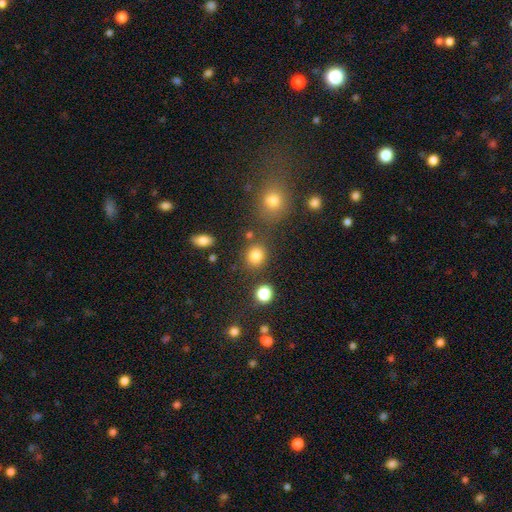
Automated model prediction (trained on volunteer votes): Smooth or featured? smooth (82%)
How rounded? round (74%)
Merging? none (78%)